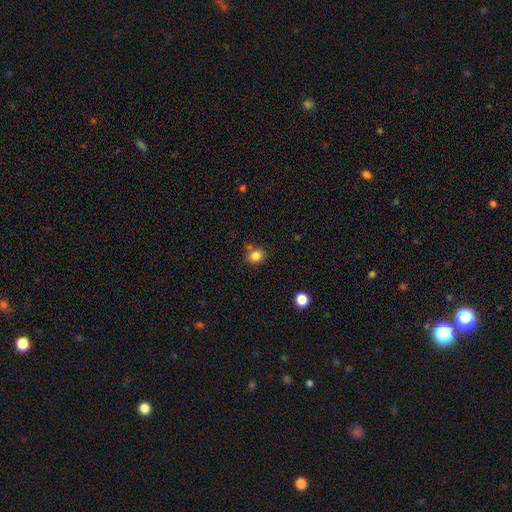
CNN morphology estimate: Smooth or featured: smooth — 83% (star or artifact — 12%)
How rounded: round — 76% (in between — 23%)
Merging: none — 74% (merger — 12%)